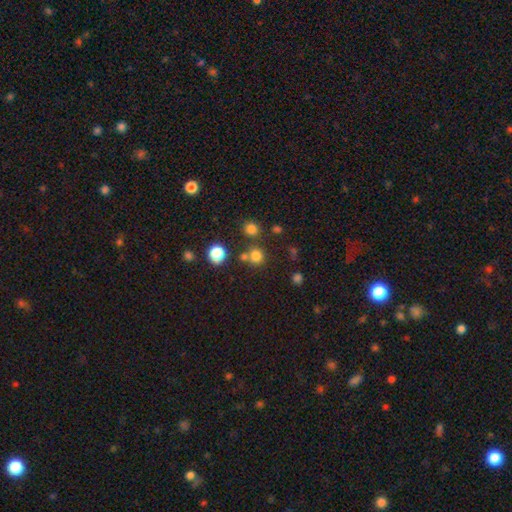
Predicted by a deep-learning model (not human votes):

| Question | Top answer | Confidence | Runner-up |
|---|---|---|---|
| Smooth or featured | smooth | 76% | star or artifact (18%) |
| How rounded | round | 89% | in between (10%) |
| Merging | none | 71% | merger (17%) |